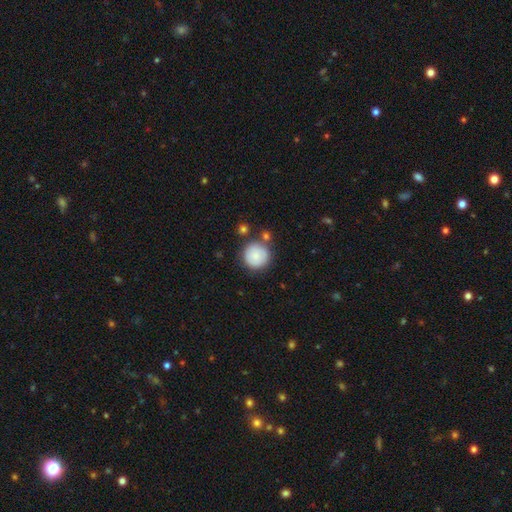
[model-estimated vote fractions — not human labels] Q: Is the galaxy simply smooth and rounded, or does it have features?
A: smooth — 79%.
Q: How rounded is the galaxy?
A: round — 95%.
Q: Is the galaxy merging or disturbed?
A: none — 76%.